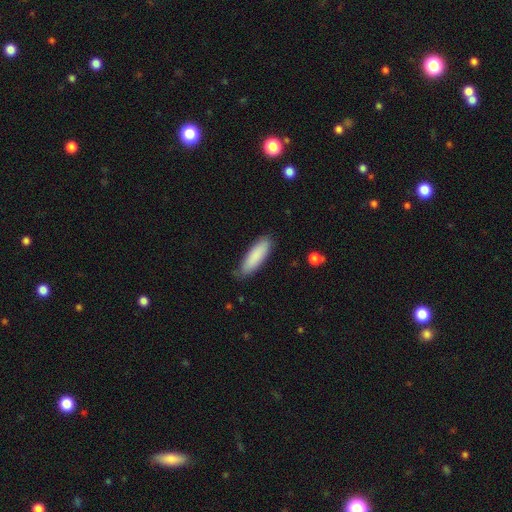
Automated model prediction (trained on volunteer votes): smooth 86%, featured or disk 8%, star or artifact 6%. Down the decision tree: how rounded — cigar-shaped (51%); merging — none (77%).